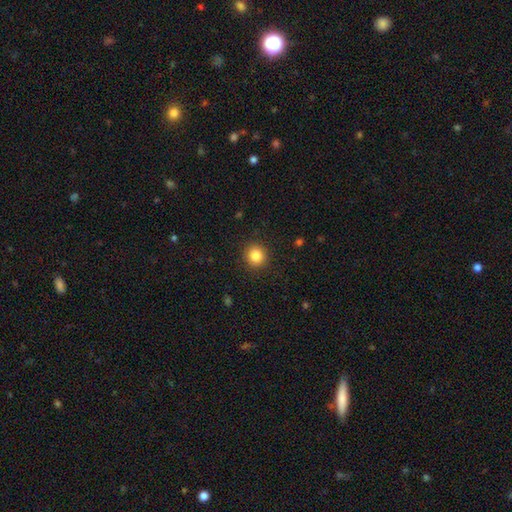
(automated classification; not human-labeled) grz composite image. It shows a smooth galaxy with no disk features (84%) that is round (91%). Merging: none (91%).